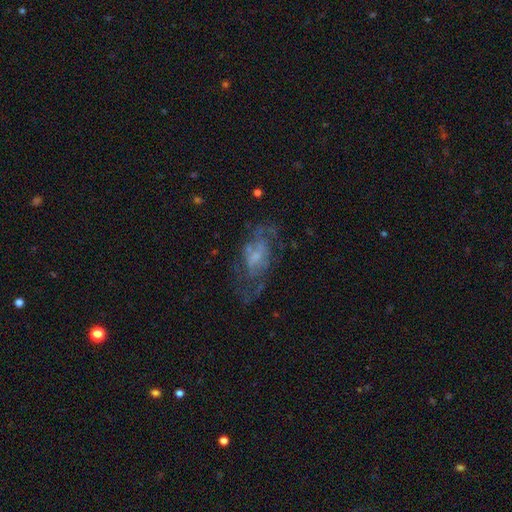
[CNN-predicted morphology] type=featured or disk (63%); edge-on=no (94%); bar=no (64%); spiral arms=yes (54%); bulge=small (52%); merging=none (47%).